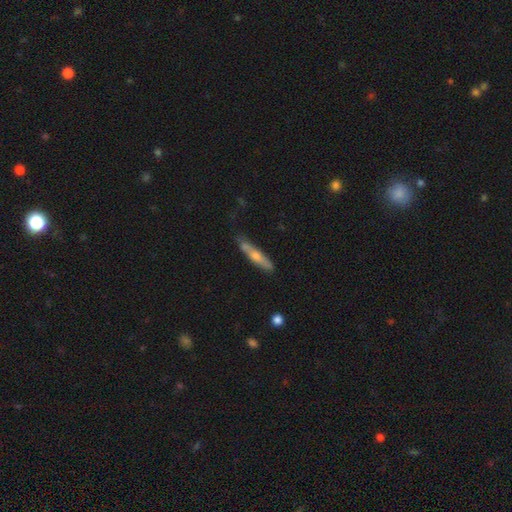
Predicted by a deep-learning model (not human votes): featured or disk 51%, smooth 40%, star or artifact 8%. Down the decision tree: edge-on disk — yes (82%); merging — none (72%).